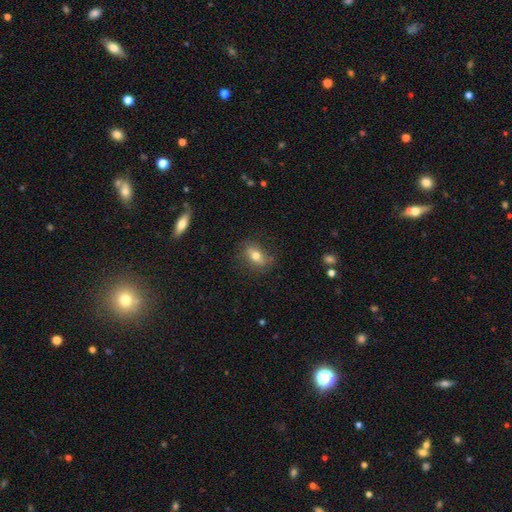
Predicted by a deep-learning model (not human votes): Smooth or featured: smooth — 66% (featured or disk — 25%)
How rounded: in between — 77% (round — 14%)
Merging: none — 78% (minor disturbance — 16%)